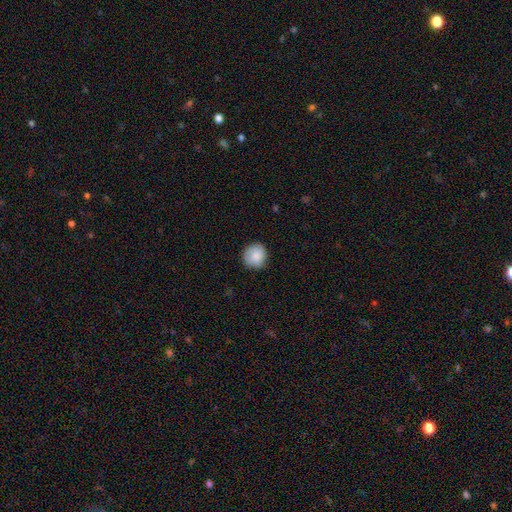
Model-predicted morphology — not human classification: smooth-or-featured: smooth: 87% | star or artifact: 8% | featured or disk: 6%
  how-rounded: round: 90% | in between: 9% | cigar-shaped: 1%
  merging: none: 83% | minor disturbance: 13% | major disturbance: 2% | merger: 1%